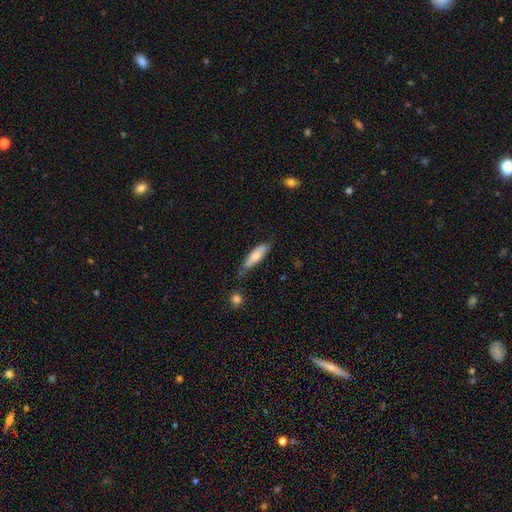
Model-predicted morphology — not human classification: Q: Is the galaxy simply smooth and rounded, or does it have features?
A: smooth — 73%.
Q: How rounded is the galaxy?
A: cigar-shaped — 59%.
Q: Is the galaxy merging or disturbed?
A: none — 58%.